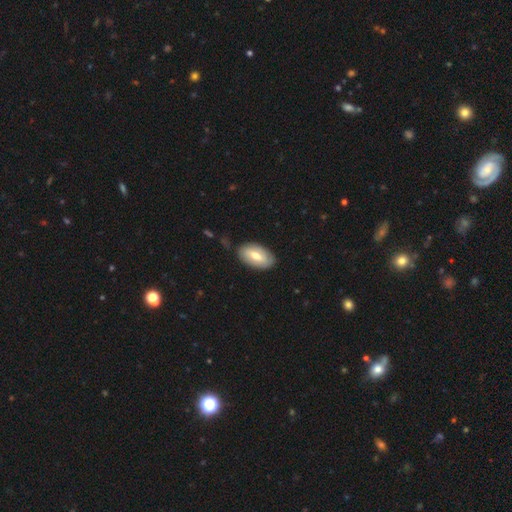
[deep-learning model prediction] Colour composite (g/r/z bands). It shows a smooth galaxy with no disk features (62%) that is in between round and cigar-shaped (94%). Merging: none (83%).